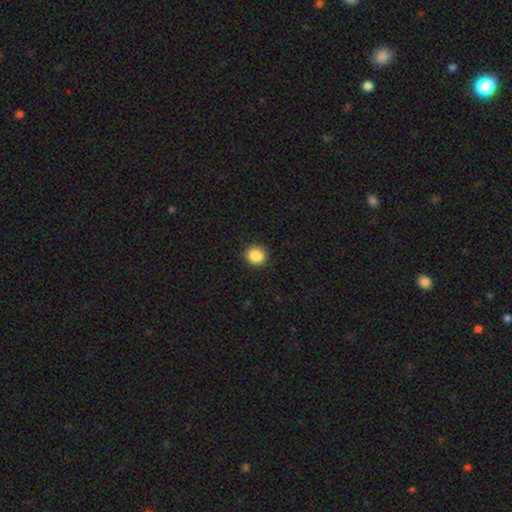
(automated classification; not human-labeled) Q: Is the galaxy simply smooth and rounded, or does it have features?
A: smooth — 87%.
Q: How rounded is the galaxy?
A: round — 92%.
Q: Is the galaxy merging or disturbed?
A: none — 92%.